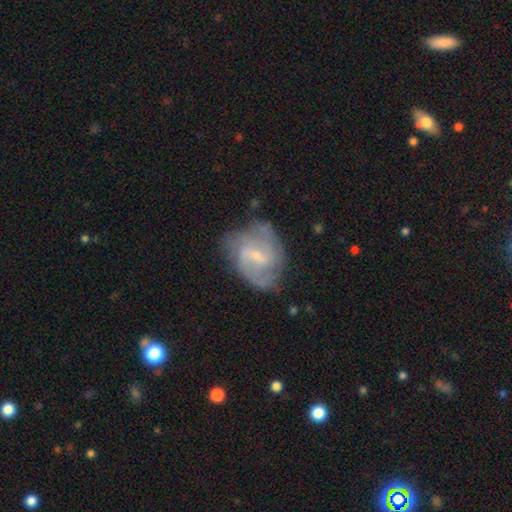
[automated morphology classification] smooth-or-featured: featured or disk: 82% | smooth: 12% | star or artifact: 6%
  disk-edge-on: no: 97% | yes: 3%
    bar: weak: 59% | strong: 22% | no: 19%
    has-spiral-arms: yes: 92% | no: 8%
      spiral-winding: medium: 51% | tight: 26% | loose: 23%
      spiral-arm-count: 2: 68% | can't tell: 16% | 3: 8% | 1: 3% | 4: 2% | more than 4: 2%
    bulge-size: small: 69% | moderate: 25% | none: 4% | large: 1% | dominant: 1%
  merging: none: 64% | minor disturbance: 24% | major disturbance: 10% | merger: 2%